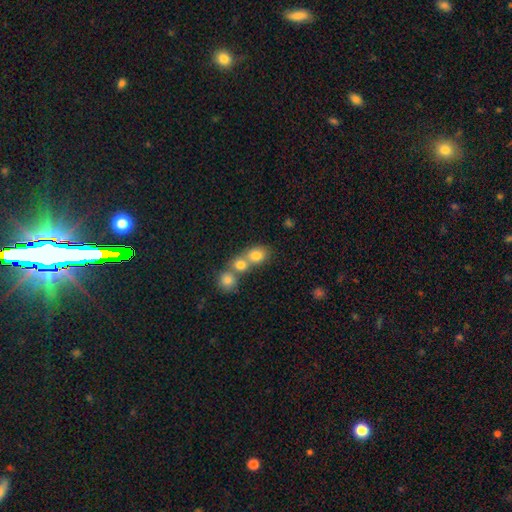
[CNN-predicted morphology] The model was most divided on "merging": merger: 53%, none: 37%, minor disturbance: 7%, major disturbance: 3%. More confident: smooth or featured — smooth (79%); how rounded — round (60%).